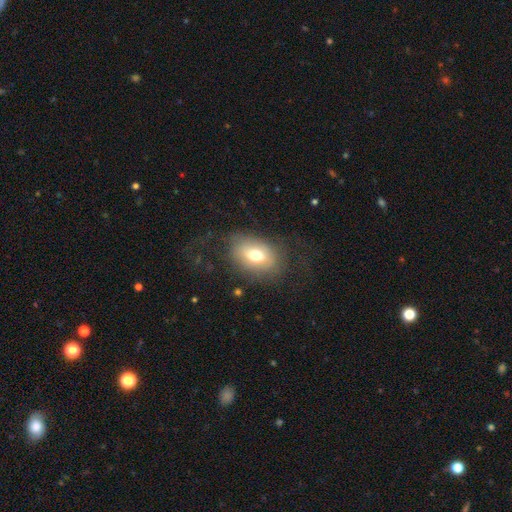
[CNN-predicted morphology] This is likely a smooth galaxy (67%). How rounded: clearly in between (81%). Merging: likely none (69%).